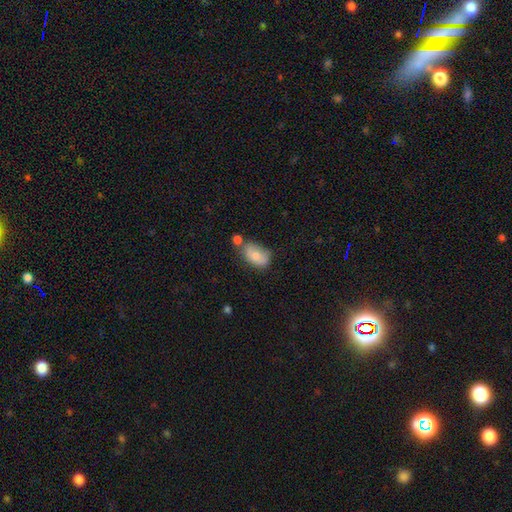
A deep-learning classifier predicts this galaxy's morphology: The model was most divided on "merging": none: 43%, minor disturbance: 26%, merger: 23%, major disturbance: 8%. More confident: how rounded — in between (89%); smooth or featured — smooth (77%).